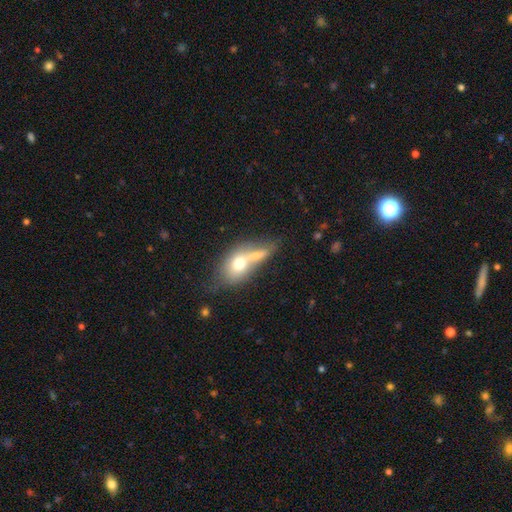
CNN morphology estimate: Smooth or featured: smooth — 65% (featured or disk — 26%)
How rounded: in between — 66% (round — 22%)
Merging: merger — 56% (none — 23%)